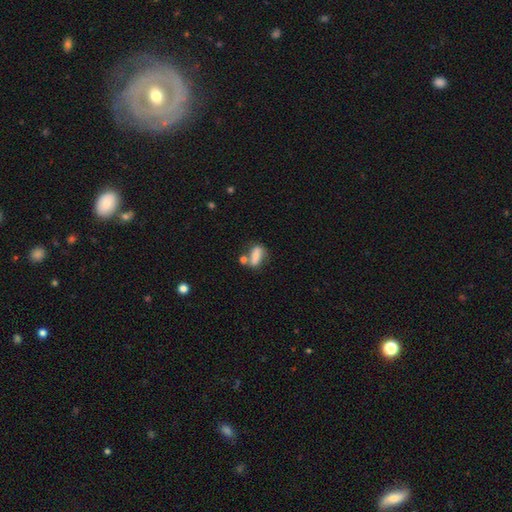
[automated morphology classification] Q: Smooth or featured?
A: smooth (71%); runner-up: featured or disk (20%)
Q: How rounded?
A: in between (66%); runner-up: cigar-shaped (26%)
Q: Merging?
A: none (46%); runner-up: merger (29%)